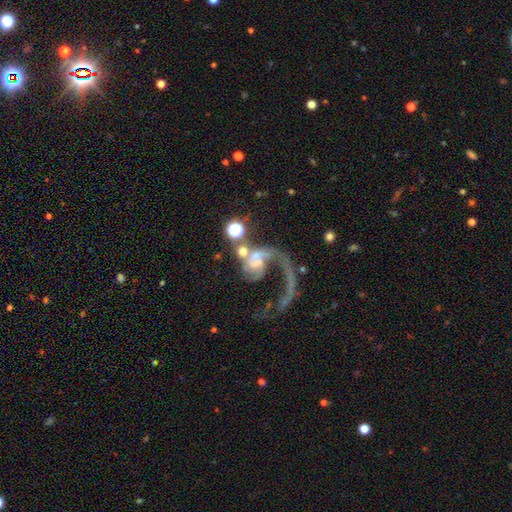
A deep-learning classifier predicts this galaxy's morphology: smooth-or-featured: featured or disk: 76% | star or artifact: 12% | smooth: 12%
  disk-edge-on: no: 97% | yes: 3%
    bar: no: 62% | weak: 27% | strong: 11%
    has-spiral-arms: yes: 87% | no: 13%
      spiral-winding: loose: 67% | medium: 26% | tight: 7%
      spiral-arm-count: 1: 64% | 2: 29% | can't tell: 3% | 3: 2% | 4: 1% | more than 4: 1%
    bulge-size: small: 46% | moderate: 25% | none: 20% | large: 6% | dominant: 3%
  merging: major disturbance: 35% | none: 27% | merger: 27% | minor disturbance: 10%